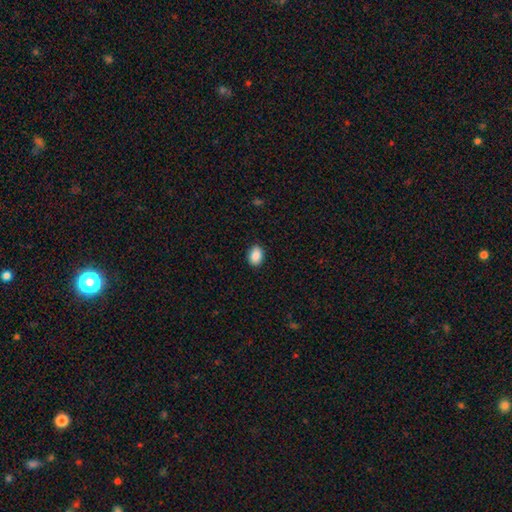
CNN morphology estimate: smooth-or-featured: smooth: 89% | star or artifact: 7% | featured or disk: 3%
  how-rounded: in between: 78% | round: 21% | cigar-shaped: 1%
  merging: none: 88% | minor disturbance: 9% | major disturbance: 2% | merger: 1%